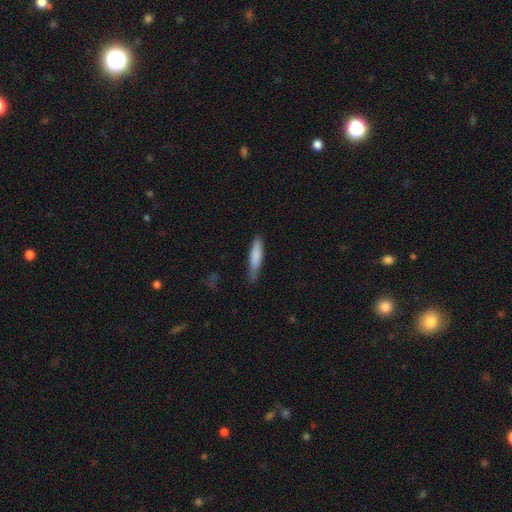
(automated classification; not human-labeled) This appears to be a smooth galaxy with no disk features (79%) that is cigar-shaped (81%). Merging: none (67%).